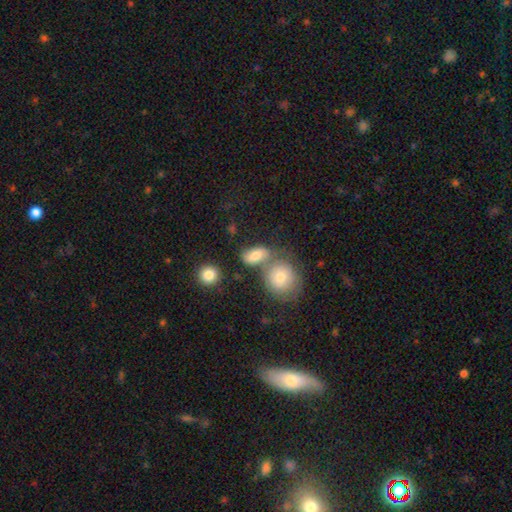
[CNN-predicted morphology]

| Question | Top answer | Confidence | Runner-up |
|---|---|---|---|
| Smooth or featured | smooth | 76% | featured or disk (14%) |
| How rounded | in between | 75% | round (21%) |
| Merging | none | 44% | merger (35%) |